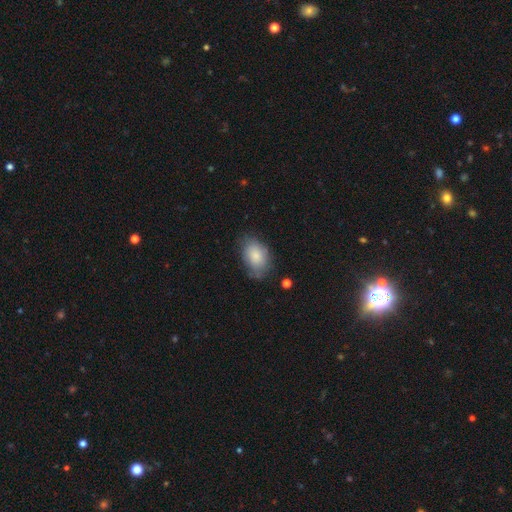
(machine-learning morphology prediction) Q: Smooth or featured?
A: smooth (81%); runner-up: featured or disk (12%)
Q: How rounded?
A: in between (88%); runner-up: round (11%)
Q: Merging?
A: none (68%); runner-up: minor disturbance (23%)